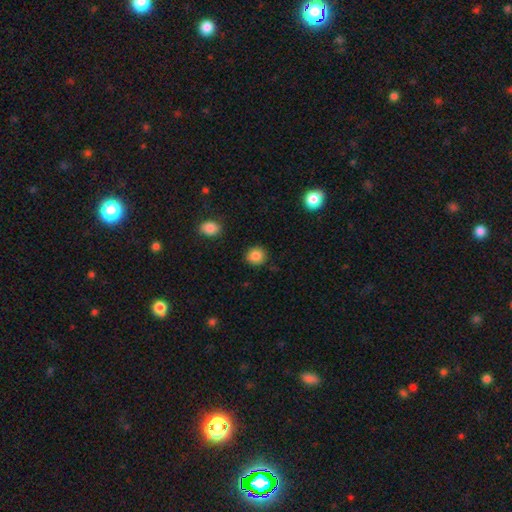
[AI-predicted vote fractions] The model was most divided on "smooth or featured": smooth: 86%, star or artifact: 9%, featured or disk: 4%. More confident: how rounded — round (90%); merging — none (90%).